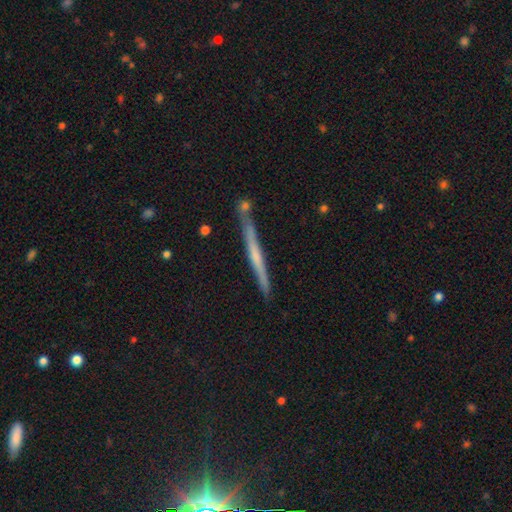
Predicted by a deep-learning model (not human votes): featured or disk 58%, smooth 35%, star or artifact 7%. Down the decision tree: edge-on disk — yes (97%); edge-on bulge — none (71%); merging — none (79%).